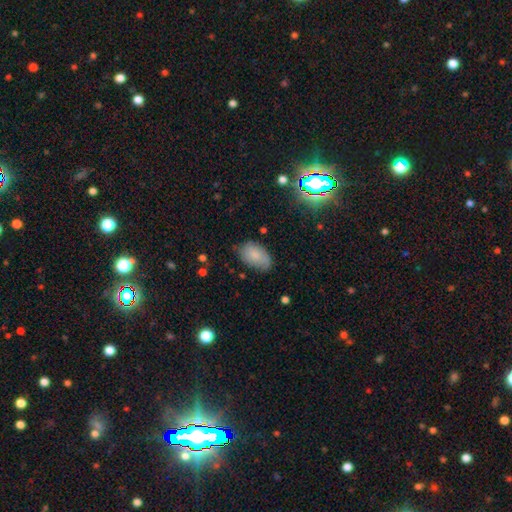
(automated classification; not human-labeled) smooth 82%, featured or disk 10%, star or artifact 8%. Down the decision tree: how rounded — in between (92%); merging — none (67%).